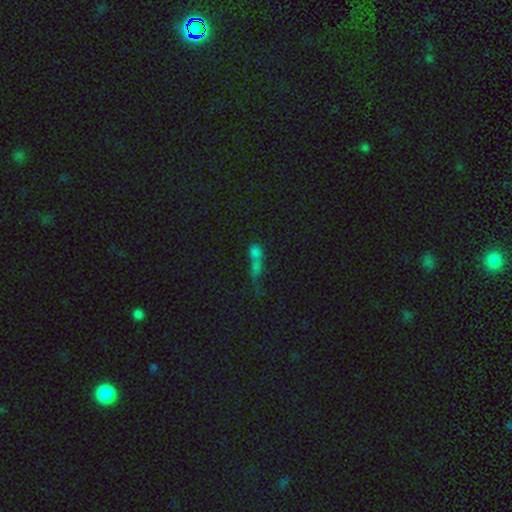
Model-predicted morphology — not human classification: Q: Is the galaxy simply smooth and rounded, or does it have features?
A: smooth — 51%.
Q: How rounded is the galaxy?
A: in between — 42%.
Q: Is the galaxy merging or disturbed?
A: merger — 55%.